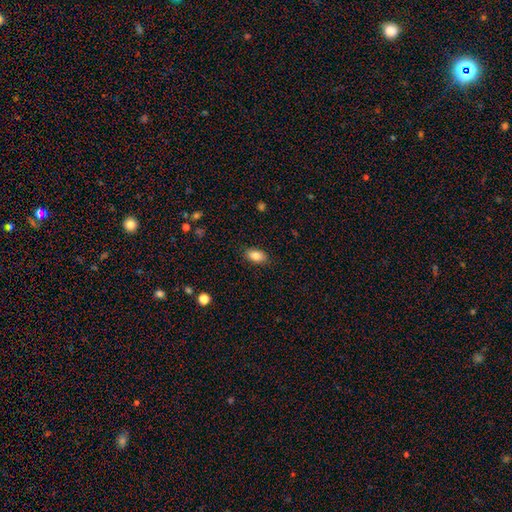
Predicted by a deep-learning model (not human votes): This appears to be a smooth galaxy with no disk features (85%) that is in between round and cigar-shaped (91%). Merging: none (86%).